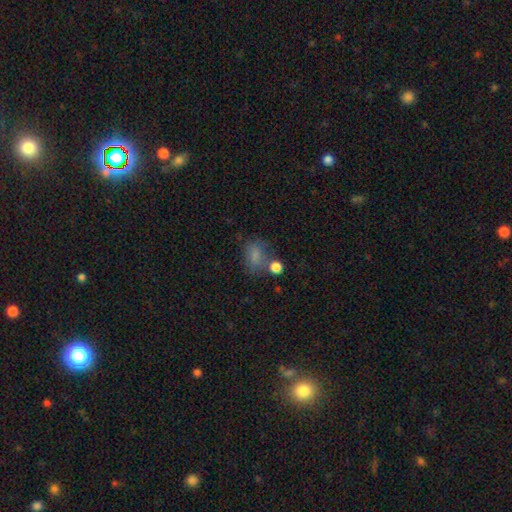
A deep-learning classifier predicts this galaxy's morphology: Smooth or featured? Predicted: smooth (p=0.75). How rounded? Predicted: in between (p=0.62). Merging? Predicted: none (p=0.48).